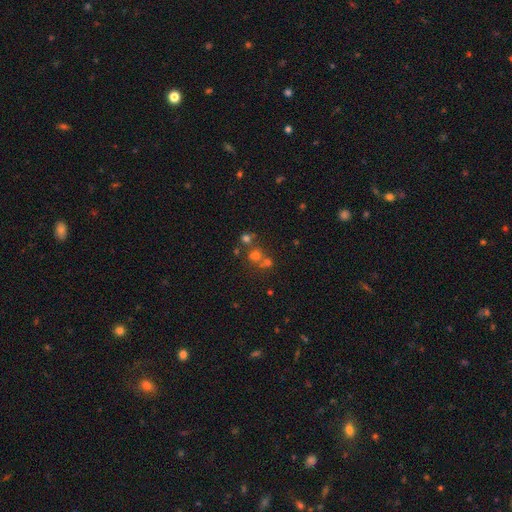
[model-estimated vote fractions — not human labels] A smooth galaxy with no disk features (54%) that is round (83%). Merging: none (51%).